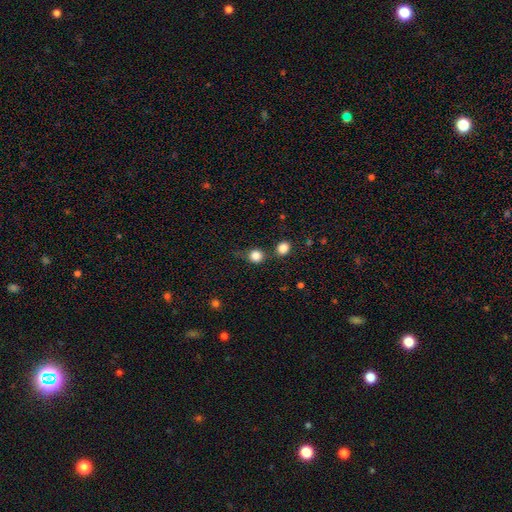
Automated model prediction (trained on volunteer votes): Smooth or featured?
  - smooth: 83% *
  - star or artifact: 11%
  - featured or disk: 5%
How rounded?
  - round: 86% *
  - in between: 13%
  - cigar-shaped: 1%
Merging?
  - none: 69% *
  - minor disturbance: 14%
  - merger: 12%
  - major disturbance: 5%